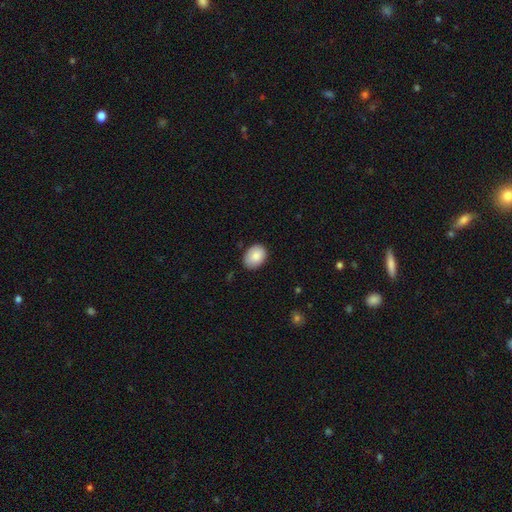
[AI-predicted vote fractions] This appears to be a smooth galaxy with no disk features (86%) that is in between round and cigar-shaped (75%). Merging: none (81%).